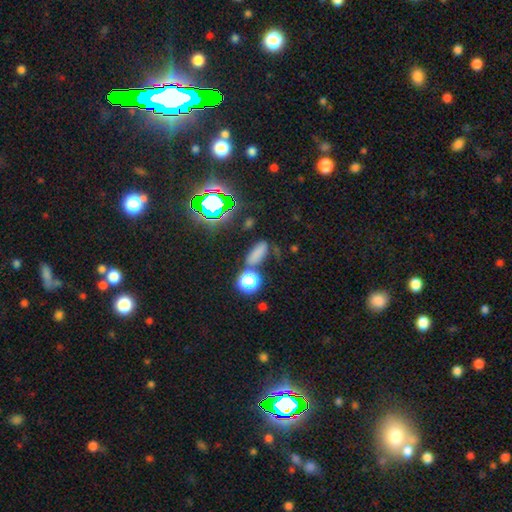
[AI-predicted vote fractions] smooth_or_featured: smooth (p=0.68) [alt: star or artifact p=0.25]
how_rounded: in between (p=0.64) [alt: cigar-shaped p=0.22]
merging: none (p=0.72) [alt: minor disturbance p=0.12]